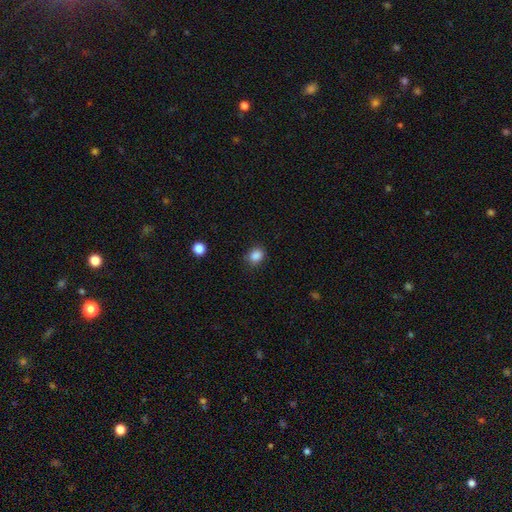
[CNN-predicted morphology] The model was most divided on "how rounded": round: 60%, in between: 39%, cigar-shaped: 1%. More confident: smooth or featured — smooth (86%); merging — none (80%).